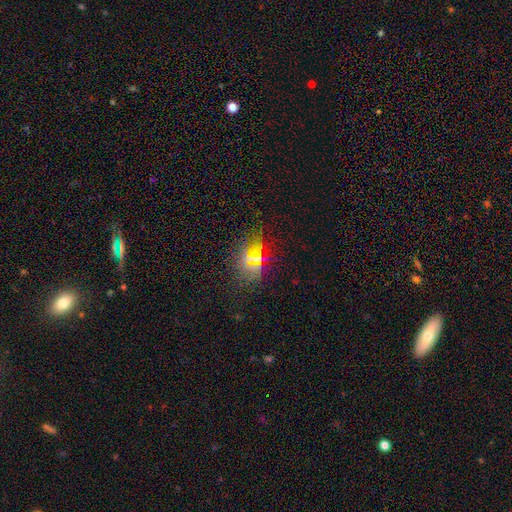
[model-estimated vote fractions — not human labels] This appears to be a star or artifact, not a galaxy (43%).